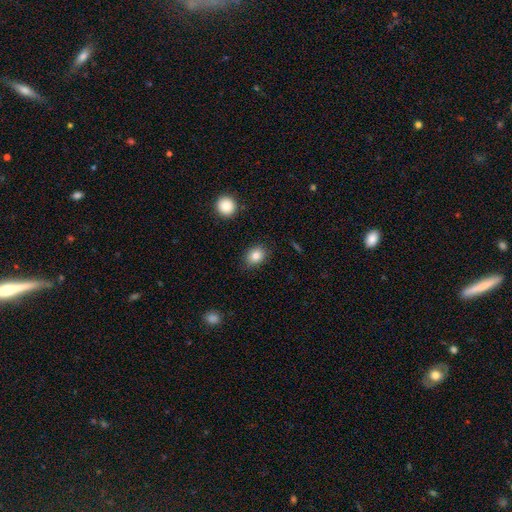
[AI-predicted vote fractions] This is clearly a smooth galaxy (84%). How rounded: possibly in between (58%). Merging: clearly none (86%).